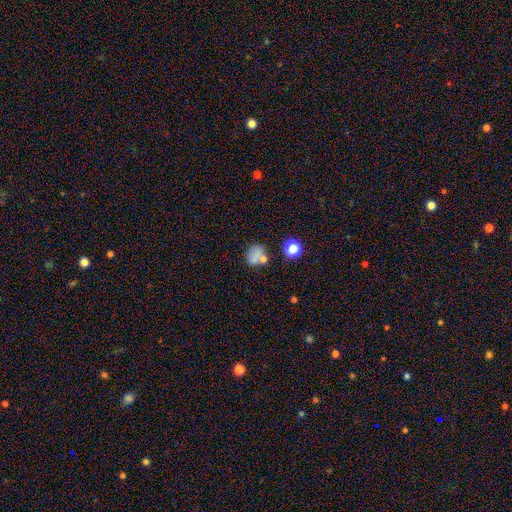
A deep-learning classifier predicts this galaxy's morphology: Q: Smooth or featured?
A: smooth (70%); runner-up: star or artifact (19%)
Q: How rounded?
A: round (63%); runner-up: in between (35%)
Q: Merging?
A: none (60%); runner-up: minor disturbance (16%)